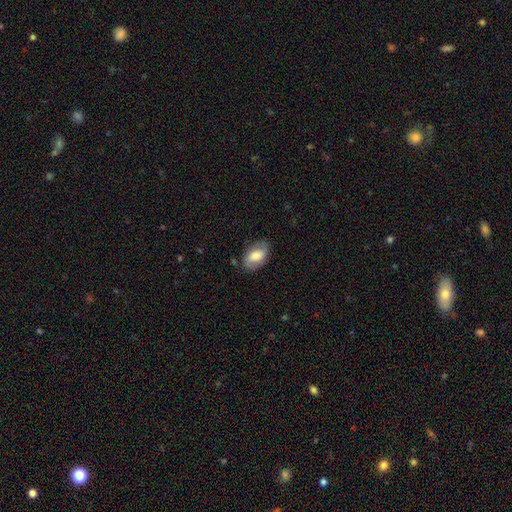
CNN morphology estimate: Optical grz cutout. It shows a smooth galaxy with no disk features (59%) that is in between round and cigar-shaped (93%). Merging: none (79%).